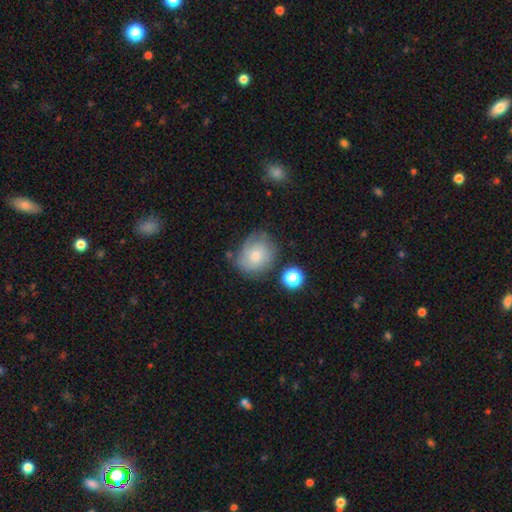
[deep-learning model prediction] This is likely a smooth galaxy (61%). How rounded: likely round (62%). Merging: possibly none (57%).